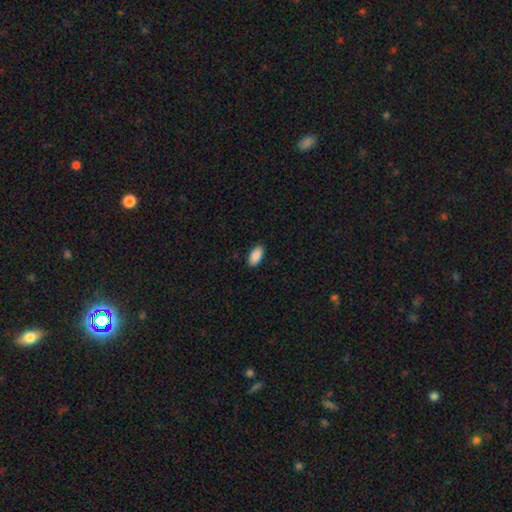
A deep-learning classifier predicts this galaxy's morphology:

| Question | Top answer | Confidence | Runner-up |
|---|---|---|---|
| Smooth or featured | smooth | 90% | star or artifact (7%) |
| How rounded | in between | 94% | cigar-shaped (3%) |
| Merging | none | 89% | minor disturbance (8%) |